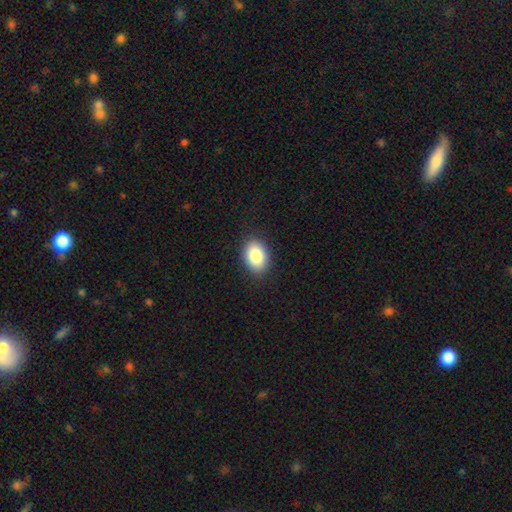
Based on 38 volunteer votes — A smooth galaxy with no disk features (89%) that is in between round and cigar-shaped (82%).

Vote fractions:
- Smooth or featured? smooth: 89% / star or artifact: 8% / featured or disk: 3%
- How rounded? in between: 82% / round: 18% / cigar-shaped: 0%
- Merging? none: 91% / minor disturbance: 6% / major disturbance: 3% / merger: 0%